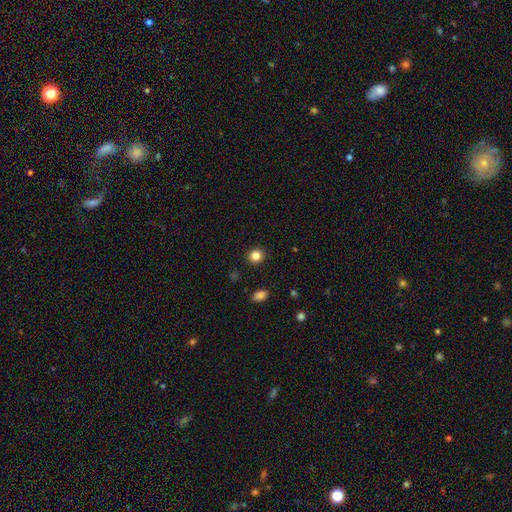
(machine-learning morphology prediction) smooth-or-featured: smooth: 84% | star or artifact: 12% | featured or disk: 5%
  how-rounded: round: 86% | in between: 13% | cigar-shaped: 1%
  merging: none: 92% | minor disturbance: 5% | major disturbance: 2% | merger: 1%